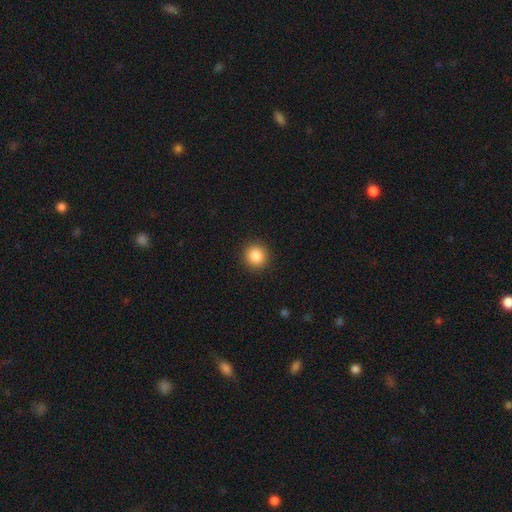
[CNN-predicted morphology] A smooth galaxy with no disk features (87%) that is round (93%).

Vote fractions:
- Smooth or featured? smooth: 87% / star or artifact: 10% / featured or disk: 4%
- How rounded? round: 93% / in between: 6% / cigar-shaped: 1%
- Merging? none: 92% / minor disturbance: 5% / major disturbance: 2% / merger: 1%